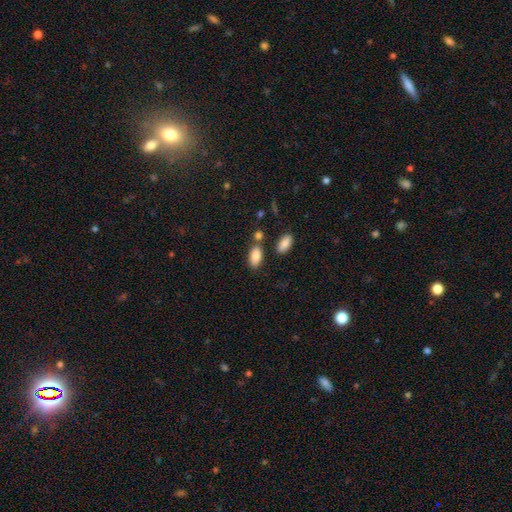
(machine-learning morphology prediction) type=smooth (86%); roundness=in between (91%); merging=none (71%).